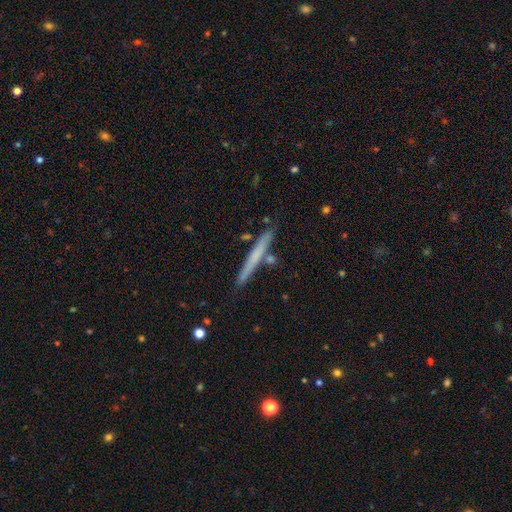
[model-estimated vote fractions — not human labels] Overall: smooth (53%; featured or disk 41%). How rounded: cigar-shaped (97%). Merging: none (85%).